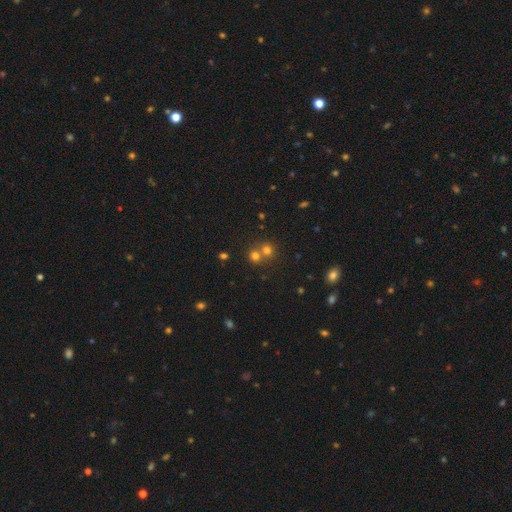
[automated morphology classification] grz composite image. It shows a smooth galaxy with no disk features (69%) that is round (84%). Merging: none (47%).